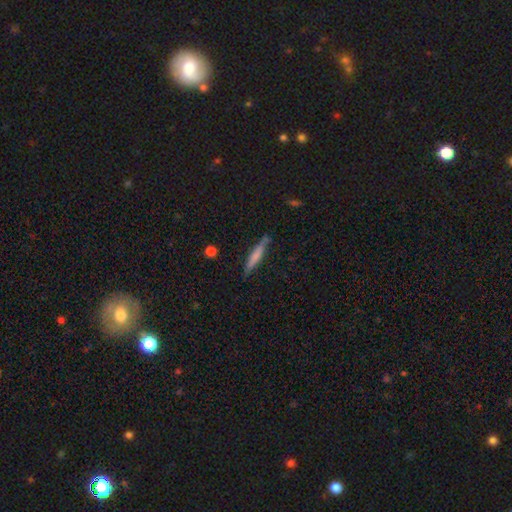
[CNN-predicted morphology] smooth_or_featured: smooth (p=0.62) [alt: featured or disk p=0.31]
how_rounded: cigar-shaped (p=0.92) [alt: in between p=0.07]
merging: none (p=0.79) [alt: minor disturbance p=0.15]